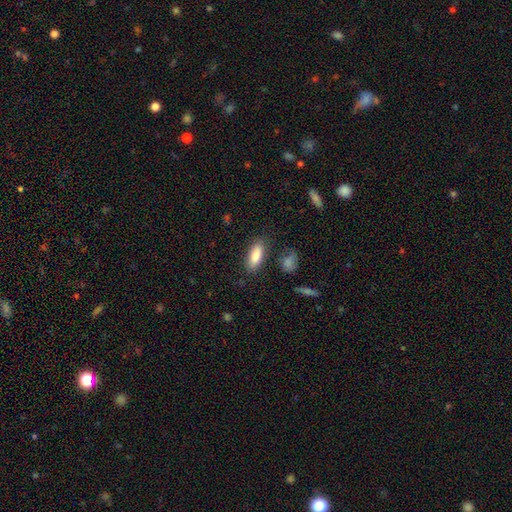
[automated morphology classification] smooth_or_featured: smooth (p=0.84) [alt: featured or disk p=0.09]
how_rounded: in between (p=0.77) [alt: cigar-shaped p=0.21]
merging: none (p=0.80) [alt: minor disturbance p=0.13]